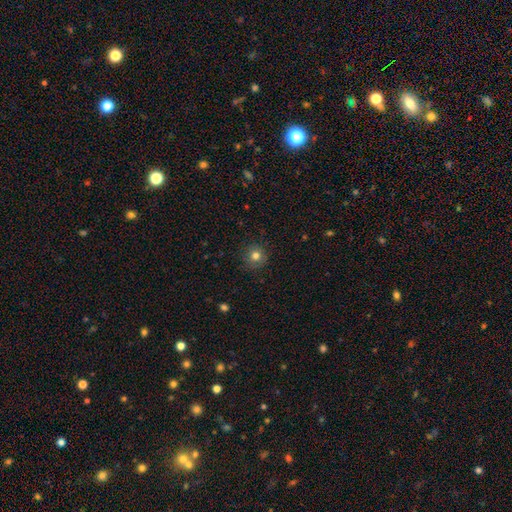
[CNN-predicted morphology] A smooth galaxy with no disk features (78%) that is round (94%).

Vote fractions:
- Smooth or featured? smooth: 78% / star or artifact: 13% / featured or disk: 9%
- How rounded? round: 94% / in between: 5% / cigar-shaped: 1%
- Merging? none: 87% / minor disturbance: 9% / major disturbance: 3% / merger: 1%